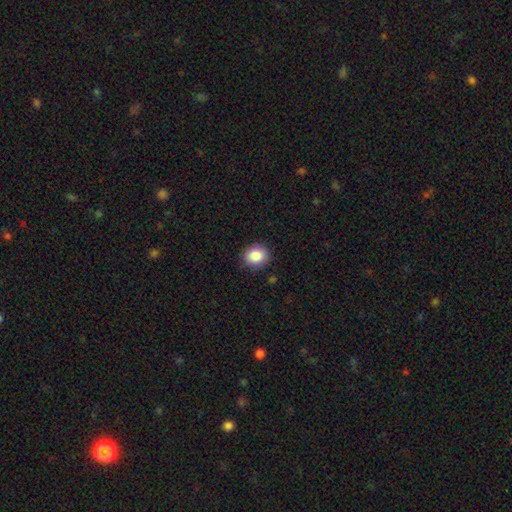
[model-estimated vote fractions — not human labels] This is clearly a smooth galaxy (86%). How rounded: likely round (74%). Merging: clearly none (88%).